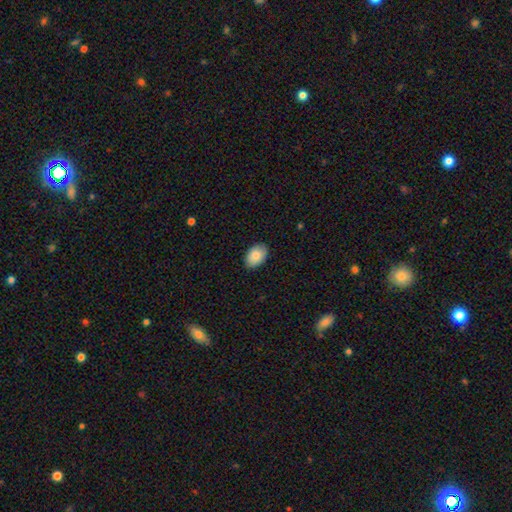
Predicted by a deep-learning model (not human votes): smooth_or_featured: smooth (p=0.85) [alt: featured or disk p=0.08]
how_rounded: in between (p=0.88) [alt: round p=0.11]
merging: none (p=0.88) [alt: minor disturbance p=0.09]